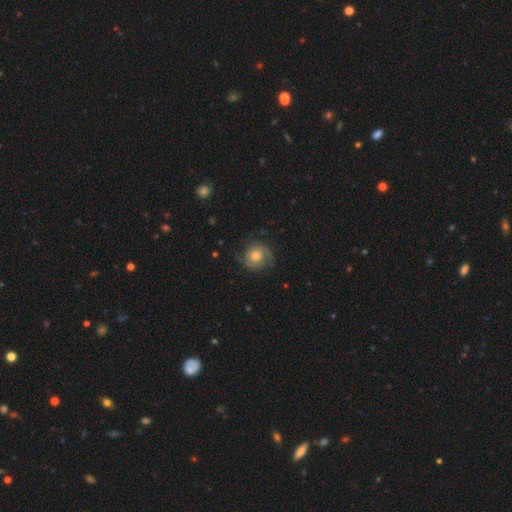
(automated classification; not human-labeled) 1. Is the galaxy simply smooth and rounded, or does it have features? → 49% featured or disk, 42% smooth, 9% star or artifact.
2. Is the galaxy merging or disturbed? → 72% none, 19% minor disturbance, 8% major disturbance, 1% merger.